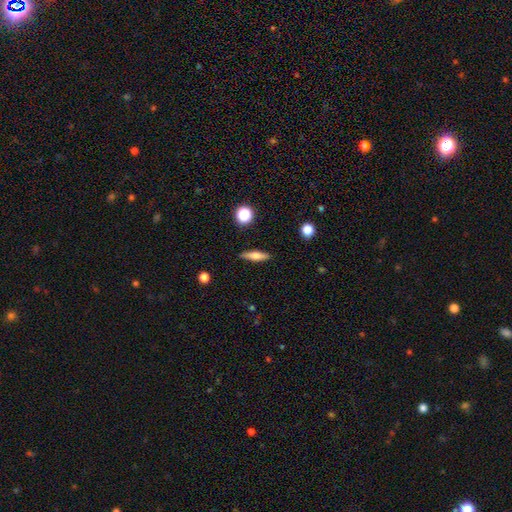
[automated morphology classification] Smooth or featured? Predicted: smooth (p=0.63). How rounded? Predicted: cigar-shaped (p=0.68). Merging? Predicted: none (p=0.88).